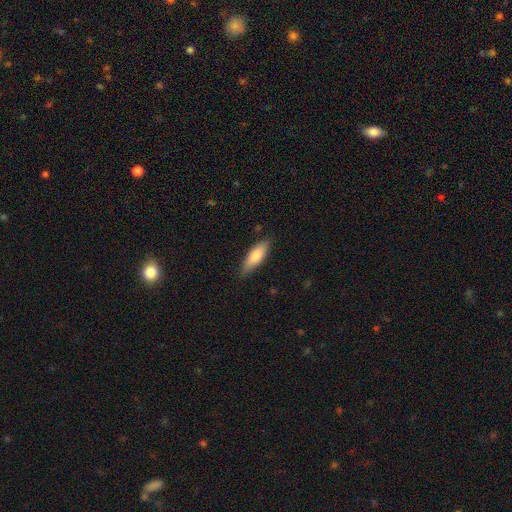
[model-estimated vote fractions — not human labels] Smooth or featured?
  - smooth: 78% *
  - featured or disk: 17%
  - star or artifact: 5%
How rounded?
  - in between: 54% *
  - cigar-shaped: 44%
  - round: 2%
Merging?
  - none: 82% *
  - minor disturbance: 14%
  - major disturbance: 2%
  - merger: 1%